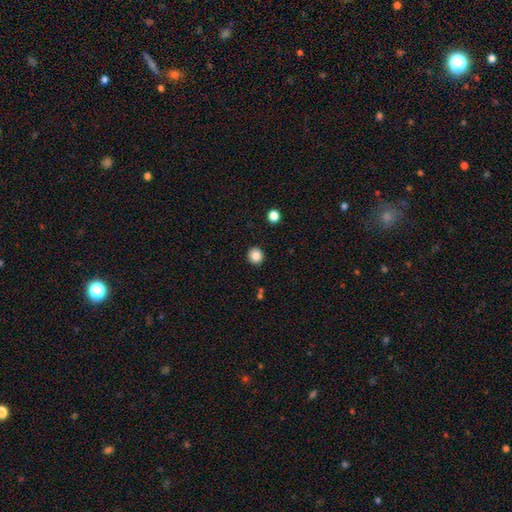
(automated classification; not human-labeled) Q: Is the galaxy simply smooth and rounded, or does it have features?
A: smooth — 86%.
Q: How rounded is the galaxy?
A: round — 90%.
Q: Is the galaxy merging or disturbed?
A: none — 92%.